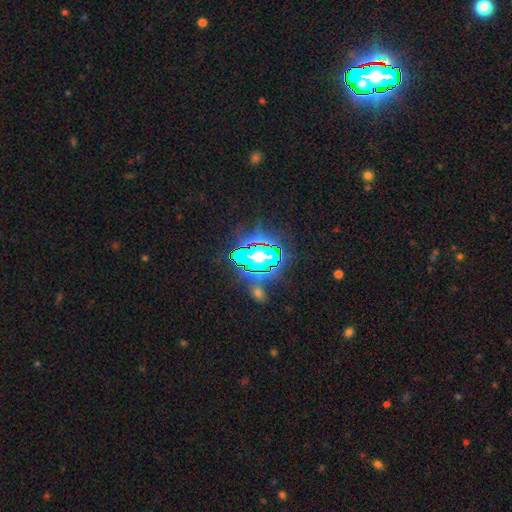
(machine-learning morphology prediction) smooth_or_featured: star or artifact (p=0.63) [alt: smooth p=0.20]